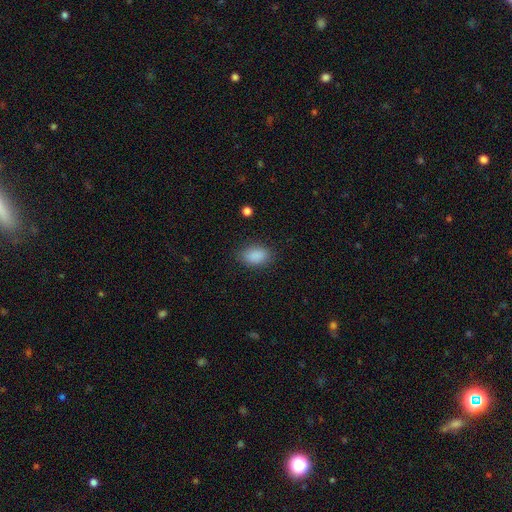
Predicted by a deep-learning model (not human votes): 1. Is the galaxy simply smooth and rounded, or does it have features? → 88% smooth, 8% star or artifact, 4% featured or disk.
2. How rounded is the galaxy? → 89% in between, 9% round, 2% cigar-shaped.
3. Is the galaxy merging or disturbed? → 83% none, 12% minor disturbance, 4% major disturbance, 1% merger.